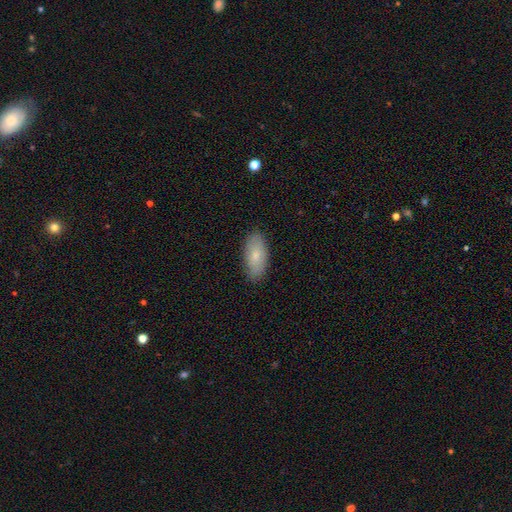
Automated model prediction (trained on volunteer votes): smooth_or_featured: smooth (p=0.76) [alt: featured or disk p=0.18]
how_rounded: in between (p=0.91) [alt: cigar-shaped p=0.06]
merging: none (p=0.85) [alt: minor disturbance p=0.12]